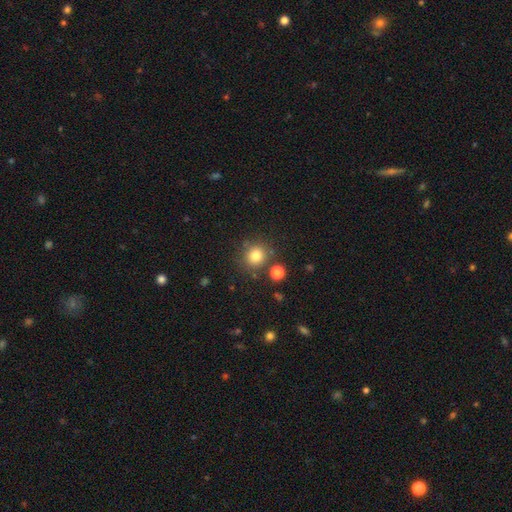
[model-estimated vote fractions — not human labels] This appears to be a smooth galaxy with no disk features (80%) that is round (88%). Merging: none (78%).